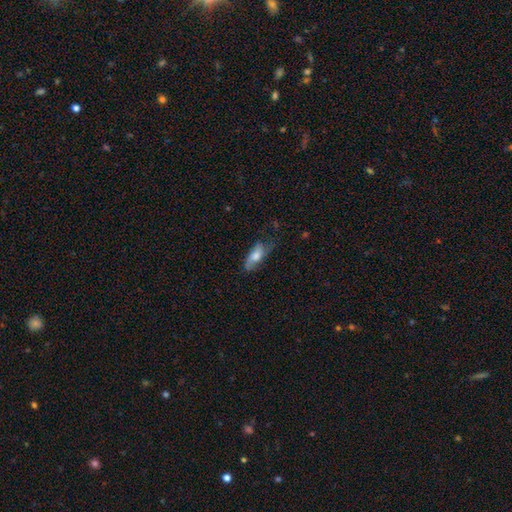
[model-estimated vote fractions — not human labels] A smooth galaxy with no disk features (56%) that is in between round and cigar-shaped (70%).

Vote fractions:
- Smooth or featured? smooth: 56% / featured or disk: 37% / star or artifact: 7%
- How rounded? in between: 70% / cigar-shaped: 27% / round: 3%
- Merging? none: 56% / minor disturbance: 29% / major disturbance: 13% / merger: 2%